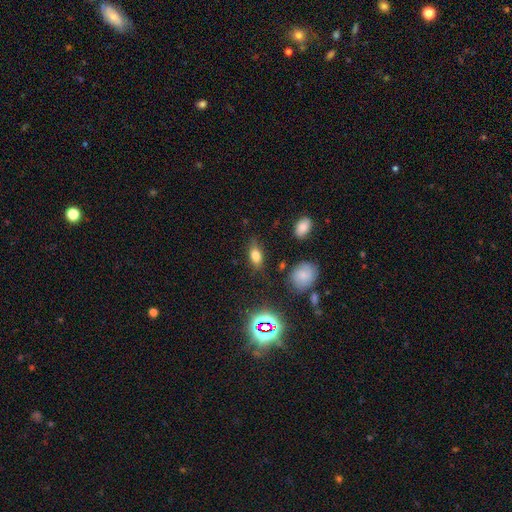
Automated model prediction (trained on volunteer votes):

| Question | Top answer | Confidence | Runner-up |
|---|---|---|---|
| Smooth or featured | smooth | 73% | star or artifact (15%) |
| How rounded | in between | 84% | round (10%) |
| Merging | none | 77% | minor disturbance (16%) |